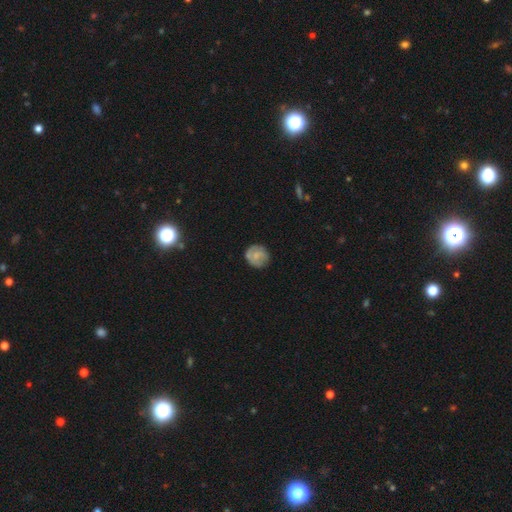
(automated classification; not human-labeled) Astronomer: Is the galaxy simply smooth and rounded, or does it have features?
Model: smooth — 56% (runner-up: featured or disk, 37%).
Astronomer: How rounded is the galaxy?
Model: round — 86%.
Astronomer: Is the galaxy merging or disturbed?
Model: none — 74%.